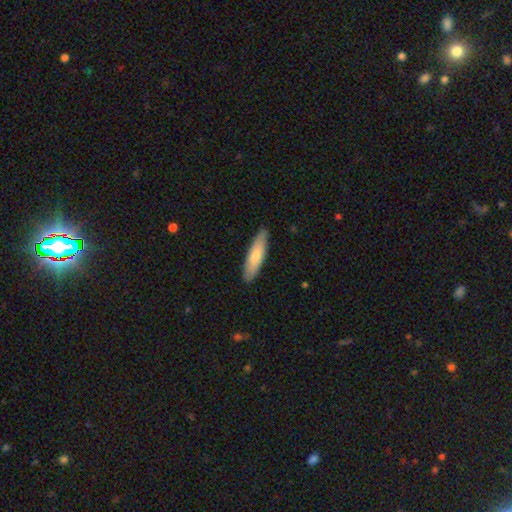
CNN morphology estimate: The model was most divided on "how rounded": cigar-shaped: 65%, in between: 33%, round: 1%. More confident: merging — none (87%); smooth or featured — smooth (73%).